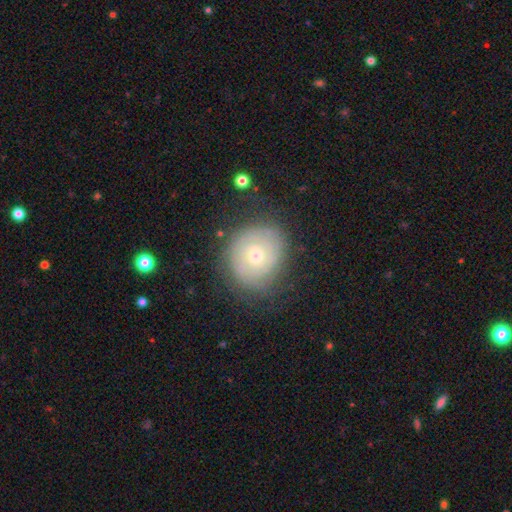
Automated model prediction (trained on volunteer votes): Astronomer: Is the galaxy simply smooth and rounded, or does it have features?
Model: featured or disk — 69%.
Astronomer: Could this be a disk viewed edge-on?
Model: no — 97%.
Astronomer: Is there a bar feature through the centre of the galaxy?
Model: no — 81%.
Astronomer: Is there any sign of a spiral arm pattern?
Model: yes — 85%.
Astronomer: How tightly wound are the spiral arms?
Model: tight — 80%.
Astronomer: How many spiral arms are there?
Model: can't tell — 43% (runner-up: 2, 29%).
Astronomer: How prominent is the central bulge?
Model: small — 49% (runner-up: moderate, 48%).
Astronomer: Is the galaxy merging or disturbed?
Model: none — 77%.